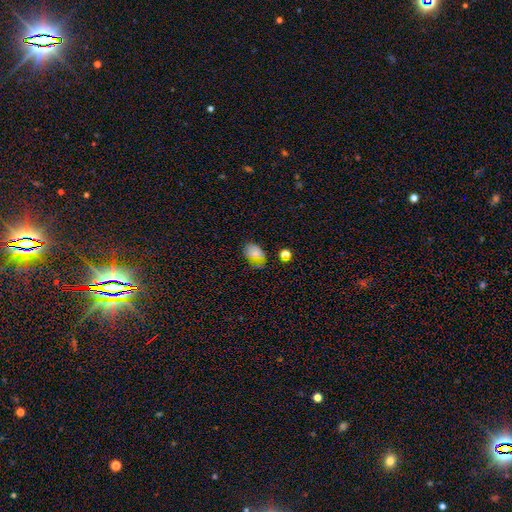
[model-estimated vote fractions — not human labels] A smooth galaxy with no disk features (71%) that is in between round and cigar-shaped (82%). Merging: none (57%).